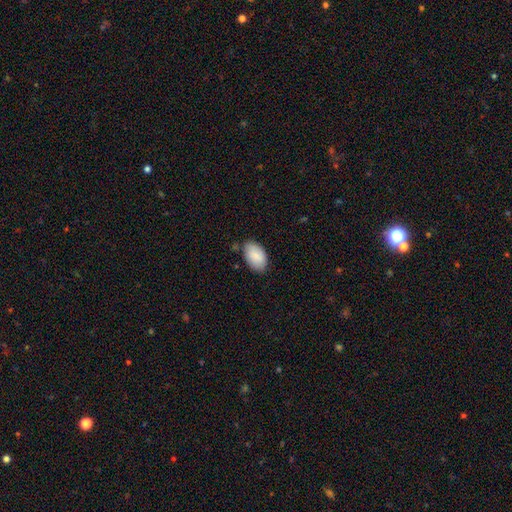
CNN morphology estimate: The model was most divided on "merging": none: 77%, minor disturbance: 18%, major disturbance: 3%, merger: 2%. More confident: how rounded — in between (94%); smooth or featured — smooth (86%).